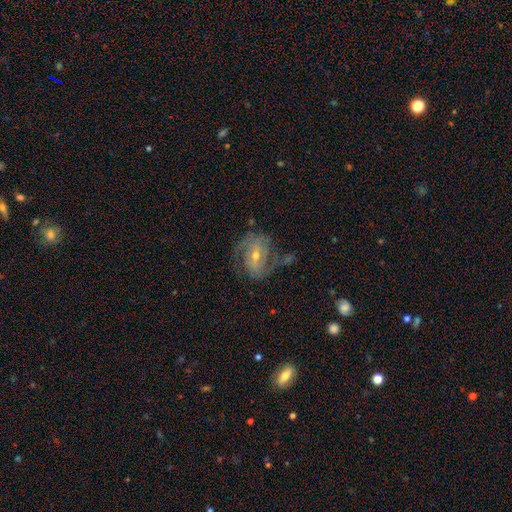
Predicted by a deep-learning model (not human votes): Smooth or featured?
  - featured or disk: 82% *
  - smooth: 10%
  - star or artifact: 8%
Edge-on disk?
  - no: 96% *
  - yes: 4%
Bar?
  - weak: 46% *
  - no: 29%
  - strong: 25%
Spiral arms?
  - yes: 92% *
  - no: 8%
Spiral winding?
  - medium: 45% *
  - tight: 37%
  - loose: 18%
Spiral arm count?
  - 2: 72% *
  - can't tell: 13%
  - 3: 7%
  - 1: 4%
  - 4: 2%
  - more than 4: 2%
Bulge size?
  - small: 49% *
  - moderate: 47%
  - large: 2%
  - none: 1%
  - dominant: 1%
Merging?
  - none: 66% *
  - minor disturbance: 18%
  - major disturbance: 13%
  - merger: 4%